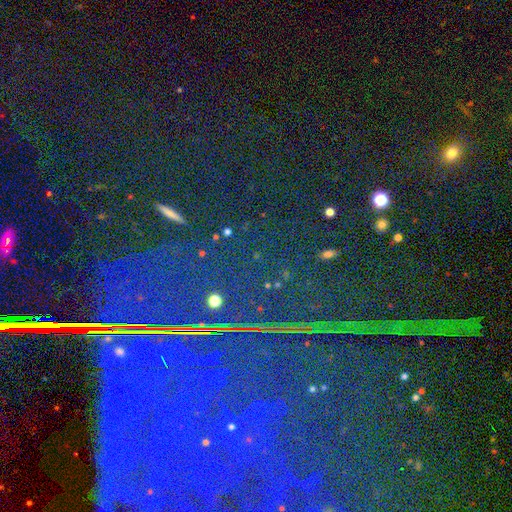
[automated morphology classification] This is clearly a star or artifact rather than a galaxy (86%).